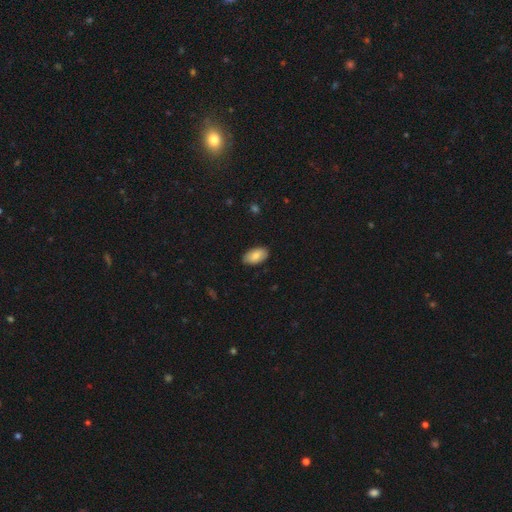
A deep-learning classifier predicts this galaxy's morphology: Q: Smooth or featured?
A: smooth (82%); runner-up: featured or disk (12%)
Q: How rounded?
A: in between (95%); runner-up: round (4%)
Q: Merging?
A: none (86%); runner-up: minor disturbance (11%)